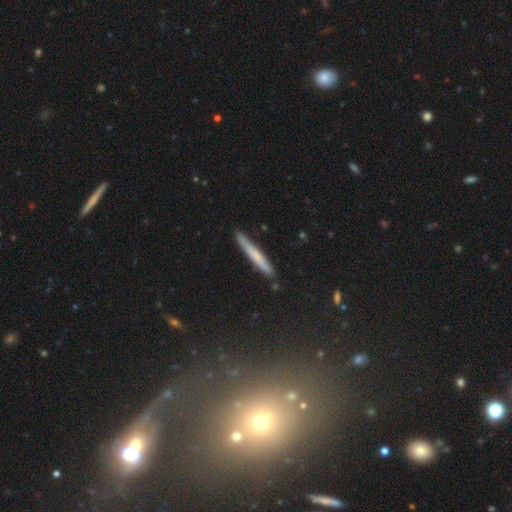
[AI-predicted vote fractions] Q: Smooth or featured?
A: smooth (59%); runner-up: featured or disk (33%)
Q: How rounded?
A: cigar-shaped (96%); runner-up: in between (3%)
Q: Merging?
A: none (87%); runner-up: minor disturbance (10%)